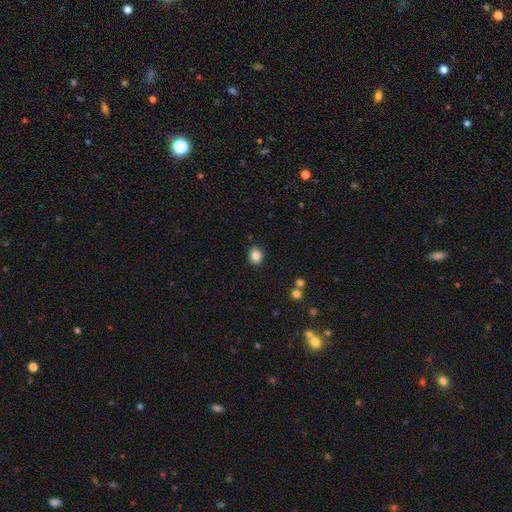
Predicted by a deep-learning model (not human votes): smooth-or-featured: smooth: 86% | star or artifact: 10% | featured or disk: 4%
  how-rounded: round: 56% | in between: 43% | cigar-shaped: 1%
  merging: none: 86% | minor disturbance: 9% | major disturbance: 2% | merger: 2%